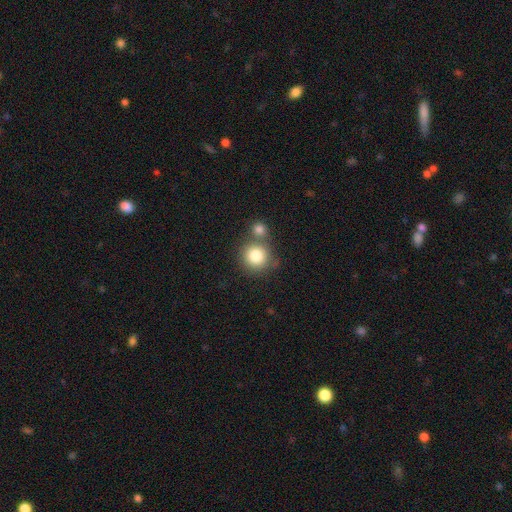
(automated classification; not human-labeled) Q: Smooth or featured?
A: smooth (81%); runner-up: star or artifact (10%)
Q: How rounded?
A: round (91%); runner-up: in between (8%)
Q: Merging?
A: none (57%); runner-up: merger (31%)